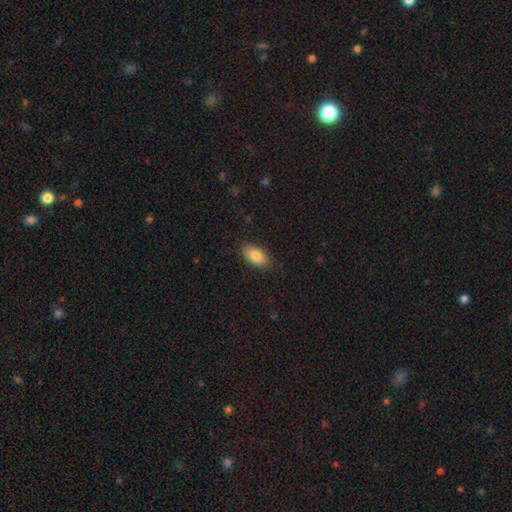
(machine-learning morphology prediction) A smooth galaxy with no disk features (83%) that is in between round and cigar-shaped (92%). Merging: none (84%).